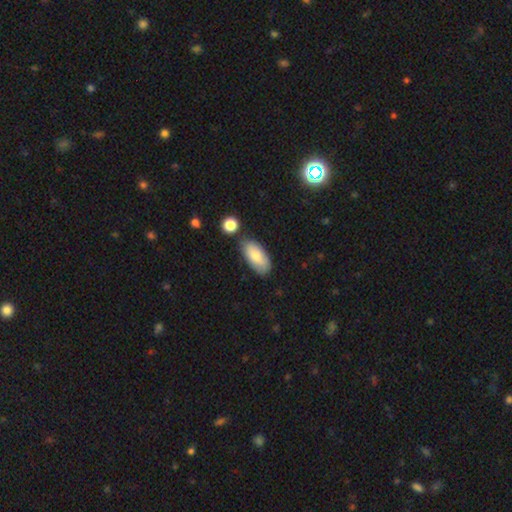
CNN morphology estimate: Smooth or featured? Predicted: smooth (p=0.79). How rounded? Predicted: in between (p=0.92). Merging? Predicted: none (p=0.73).